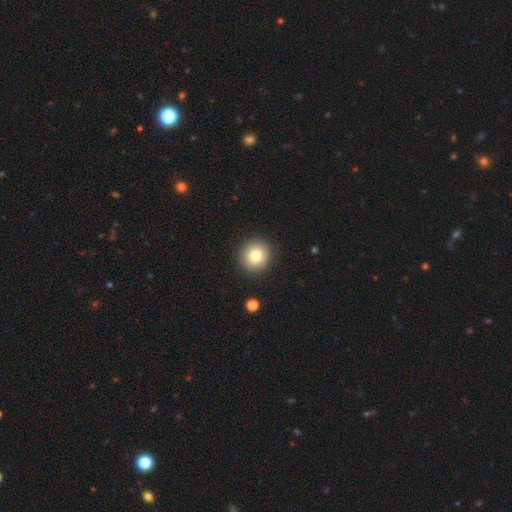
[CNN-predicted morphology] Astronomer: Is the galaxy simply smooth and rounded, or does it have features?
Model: smooth — 80%.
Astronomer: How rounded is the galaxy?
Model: round — 92%.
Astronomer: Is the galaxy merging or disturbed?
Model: none — 91%.